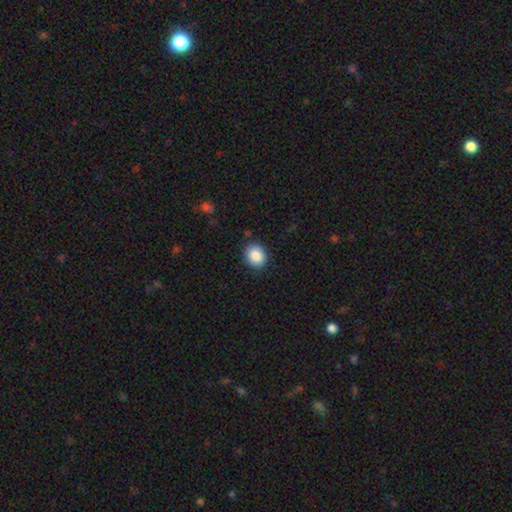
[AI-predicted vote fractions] Overall: smooth (87%). How rounded: round (66%; in between 33%). Merging: none (88%).